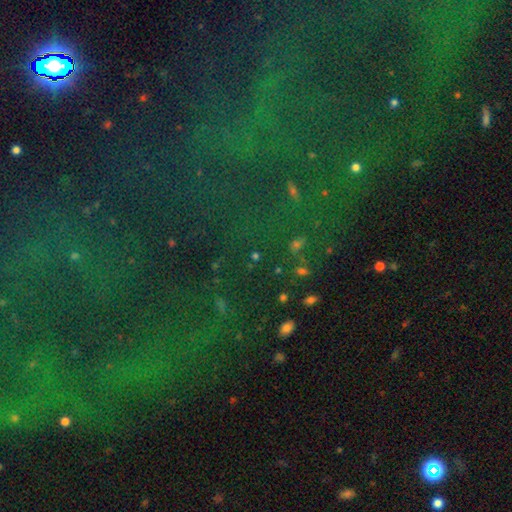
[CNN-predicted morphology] Overall: star or artifact (63%; smooth 27%).